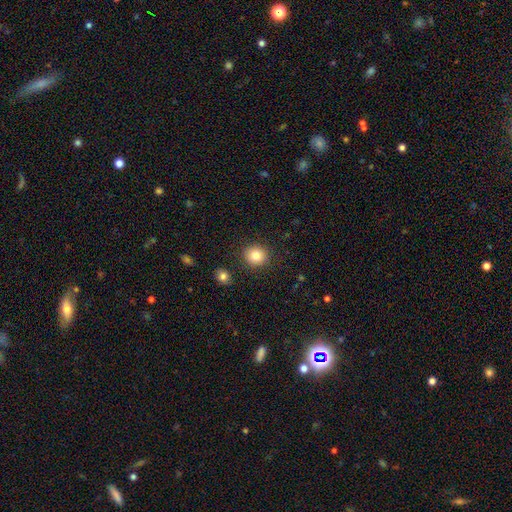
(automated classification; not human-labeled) smooth_or_featured: smooth (p=0.83) [alt: star or artifact p=0.10]
how_rounded: round (p=0.87) [alt: in between p=0.13]
merging: none (p=0.89) [alt: minor disturbance p=0.07]